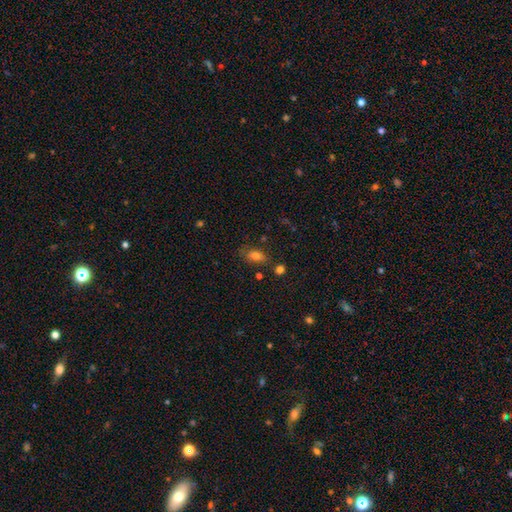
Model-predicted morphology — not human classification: The model was most divided on "merging": none: 68%, minor disturbance: 19%, merger: 6%, major disturbance: 6%. More confident: how rounded — in between (83%); smooth or featured — smooth (74%).